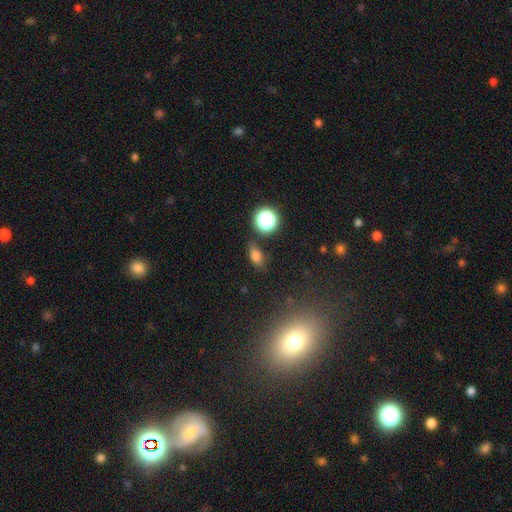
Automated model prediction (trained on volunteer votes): A smooth galaxy with no disk features (73%) that is in between round and cigar-shaped (75%). Merging: none (72%).